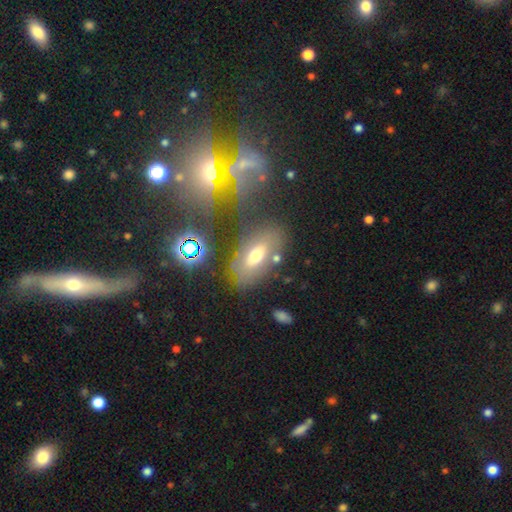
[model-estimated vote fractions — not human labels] Smooth or featured? Predicted: smooth (p=0.53). How rounded? Predicted: in between (p=0.86). Merging? Predicted: none (p=0.72).